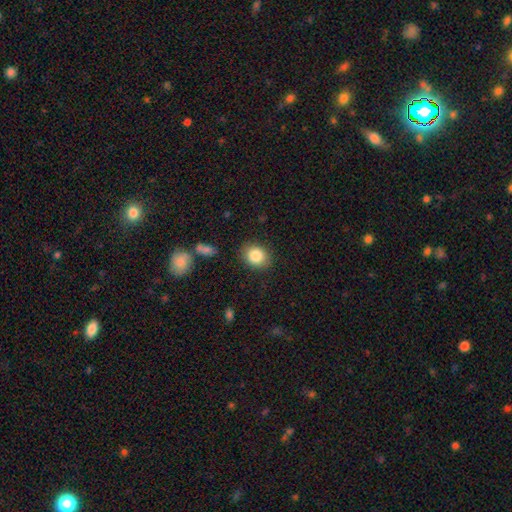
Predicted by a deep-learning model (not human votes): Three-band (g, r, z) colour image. It shows a smooth galaxy with no disk features (85%) that is round (63%). Merging: none (84%).